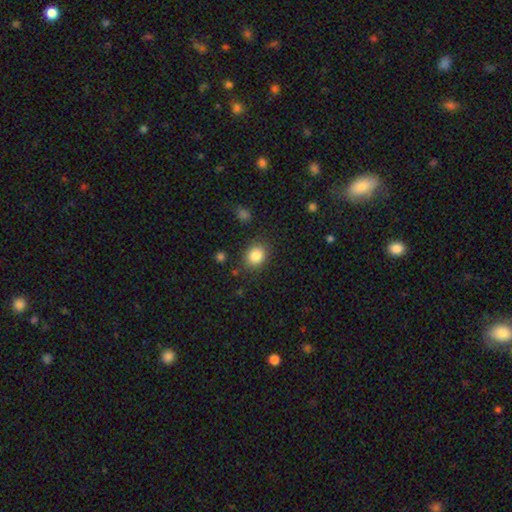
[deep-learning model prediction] Smooth or featured: smooth — 85% (star or artifact — 9%)
How rounded: round — 58% (in between — 41%)
Merging: none — 83% (minor disturbance — 11%)